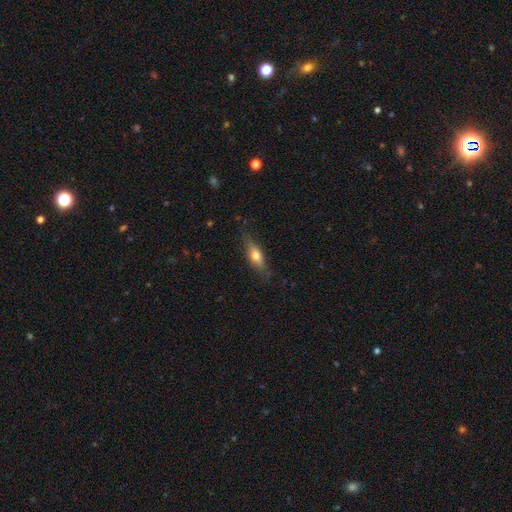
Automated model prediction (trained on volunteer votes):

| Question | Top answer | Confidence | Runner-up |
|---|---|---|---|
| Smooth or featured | smooth | 56% | featured or disk (37%) |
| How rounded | in between | 54% | cigar-shaped (43%) |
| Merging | none | 79% | minor disturbance (16%) |